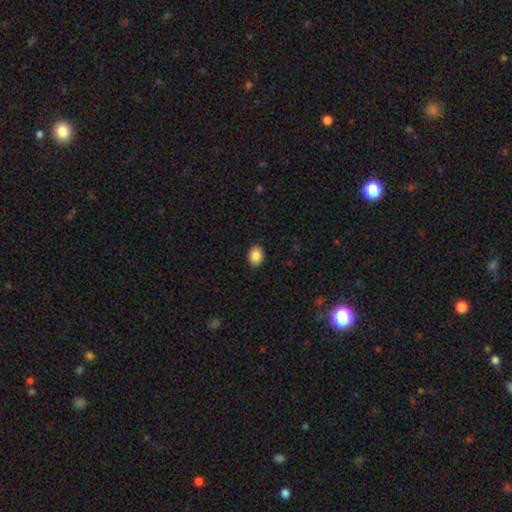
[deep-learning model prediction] Q: Smooth or featured?
A: smooth (87%); runner-up: star or artifact (8%)
Q: How rounded?
A: in between (64%); runner-up: round (36%)
Q: Merging?
A: none (89%); runner-up: minor disturbance (8%)